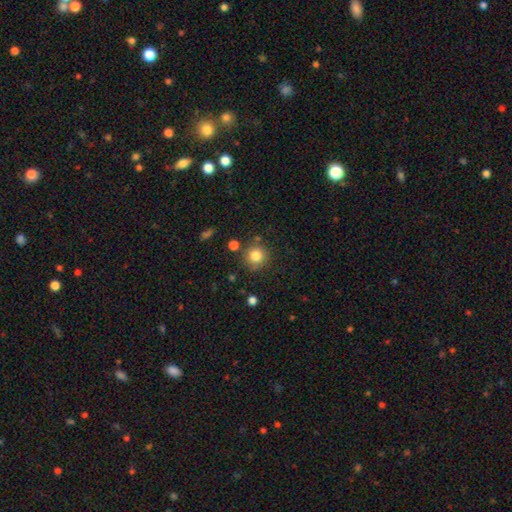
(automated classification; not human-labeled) smooth 82%, star or artifact 11%, featured or disk 7%. Down the decision tree: how rounded — round (92%); merging — none (81%).